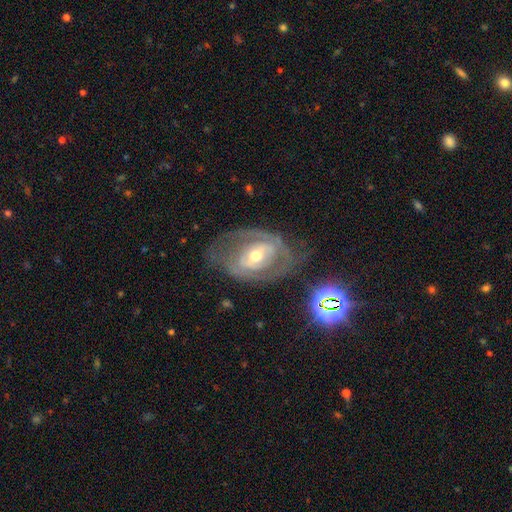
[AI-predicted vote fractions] smooth_or_featured: featured or disk (p=0.77) [alt: smooth p=0.16]
disk_edge_on: no (p=0.95) [alt: yes p=0.05]
bar: no (p=0.41) [alt: weak p=0.37]
has_spiral_arms: yes (p=0.64) [alt: no p=0.36]
bulge_size: moderate (p=0.63) [alt: small p=0.30]
merging: none (p=0.58) [alt: minor disturbance p=0.21]